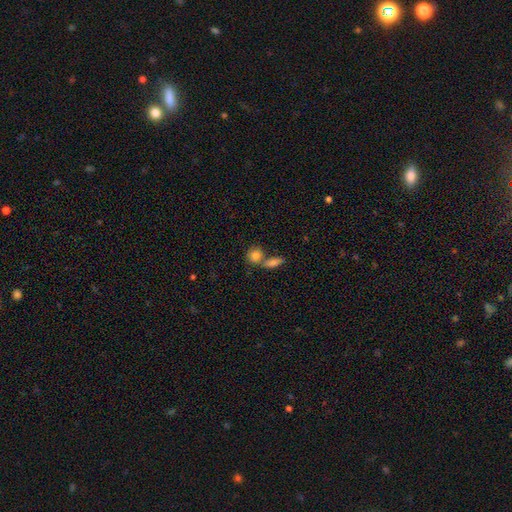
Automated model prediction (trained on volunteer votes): A smooth galaxy with no disk features (82%) that is round (64%). Merging: merger (45%).